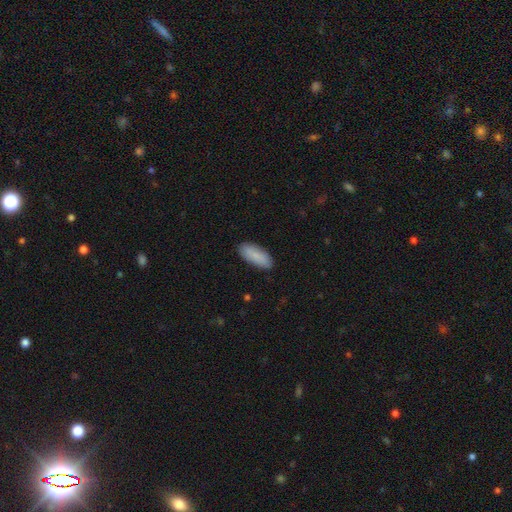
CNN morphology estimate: Smooth or featured?
  - smooth: 88% *
  - featured or disk: 7%
  - star or artifact: 6%
How rounded?
  - in between: 80% *
  - cigar-shaped: 18%
  - round: 2%
Merging?
  - none: 88% *
  - minor disturbance: 9%
  - major disturbance: 2%
  - merger: 1%